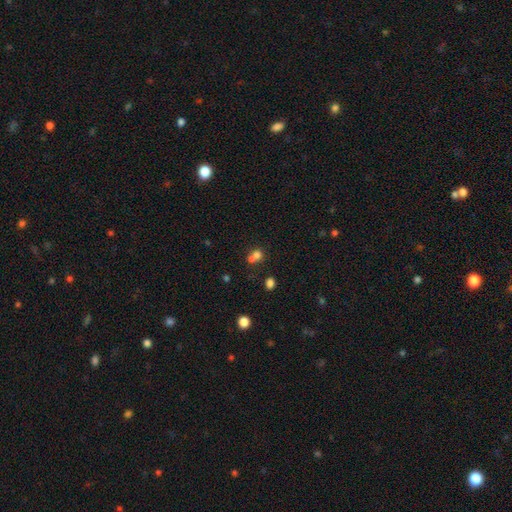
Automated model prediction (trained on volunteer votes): smooth_or_featured: smooth (p=0.73) [alt: star or artifact p=0.15]
how_rounded: round (p=0.75) [alt: in between p=0.24]
merging: merger (p=0.50) [alt: none p=0.39]